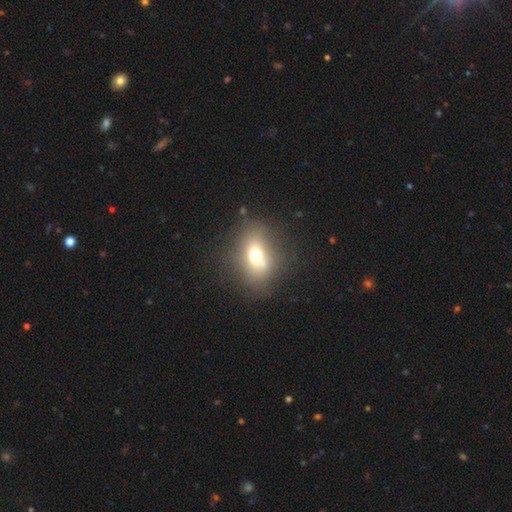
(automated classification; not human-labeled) smooth_or_featured: smooth (p=0.64) [alt: featured or disk p=0.22]
how_rounded: in between (p=0.57) [alt: round p=0.41]
merging: none (p=0.66) [alt: minor disturbance p=0.17]